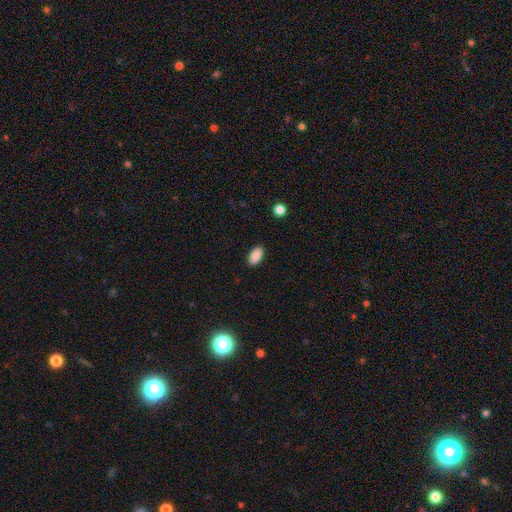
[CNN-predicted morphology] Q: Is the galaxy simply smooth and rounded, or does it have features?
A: smooth — 88%.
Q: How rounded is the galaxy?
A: in between — 94%.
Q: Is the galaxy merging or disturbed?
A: none — 89%.